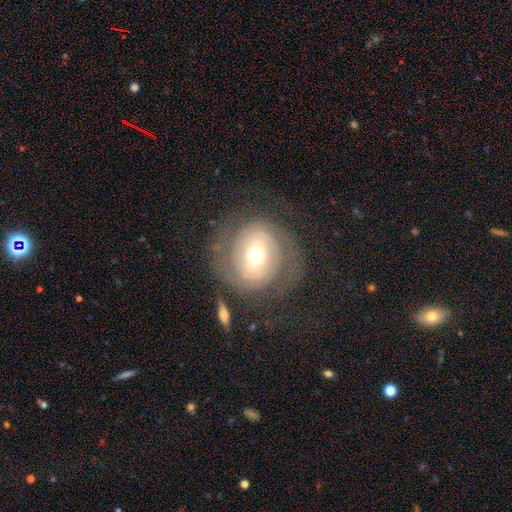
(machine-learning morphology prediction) Overall: featured or disk (75%). Edge-on disk: no (97%). Bar: no (48%; weak 36%). Spiral arms: yes (86%). Spiral arm count: 2 (68%). Spiral winding: tight (59%; medium 29%). Bulge size: moderate (66%). Merging: none (69%).